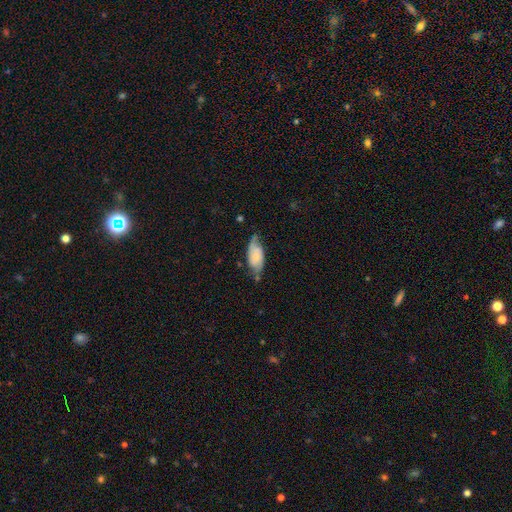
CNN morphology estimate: This is possibly a smooth galaxy (49%). Merging: possibly none (54%).